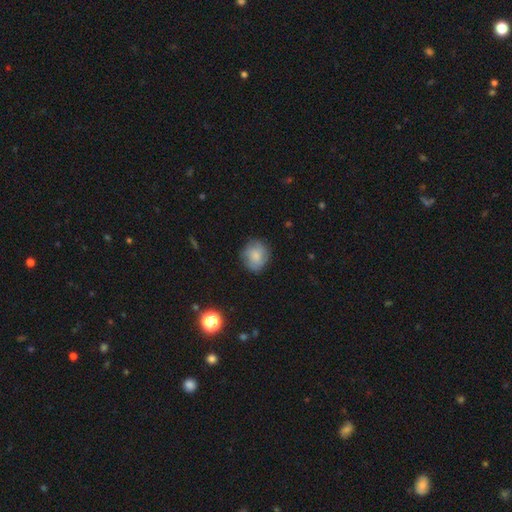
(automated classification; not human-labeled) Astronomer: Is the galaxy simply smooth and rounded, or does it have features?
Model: smooth — 74%.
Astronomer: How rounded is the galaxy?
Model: round — 77%.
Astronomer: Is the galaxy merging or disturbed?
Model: none — 78%.